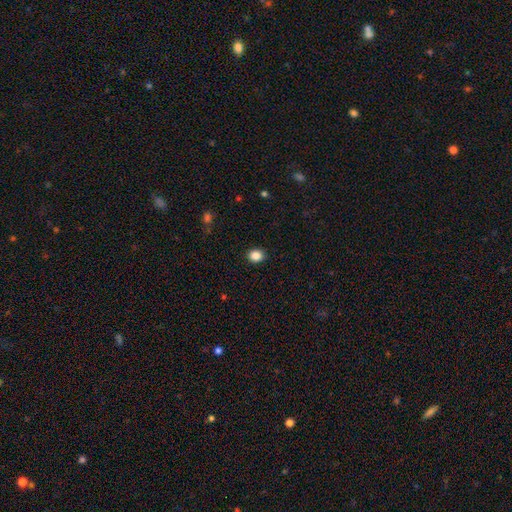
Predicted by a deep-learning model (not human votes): Smooth or featured? Predicted: smooth (p=0.86). How rounded? Predicted: round (p=0.63). Merging? Predicted: none (p=0.90).